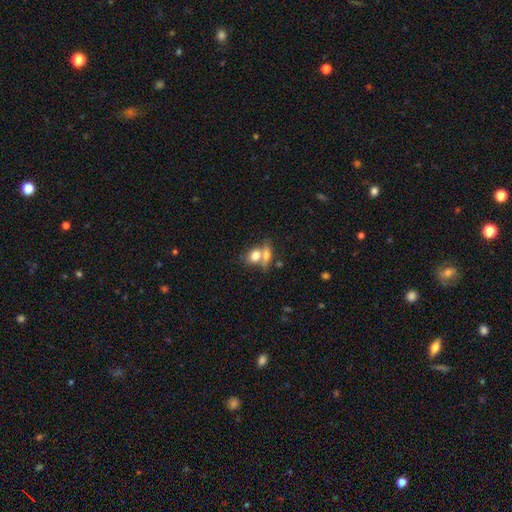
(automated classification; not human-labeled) Smooth or featured?
  - smooth: 74% *
  - featured or disk: 18%
  - star or artifact: 9%
How rounded?
  - in between: 59% *
  - round: 35%
  - cigar-shaped: 5%
Merging?
  - merger: 59% *
  - none: 29%
  - minor disturbance: 8%
  - major disturbance: 5%